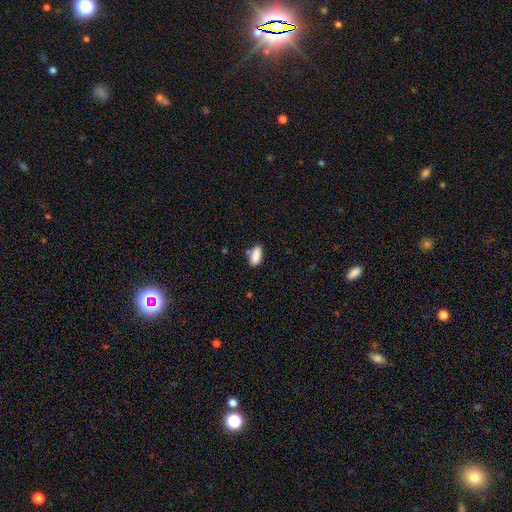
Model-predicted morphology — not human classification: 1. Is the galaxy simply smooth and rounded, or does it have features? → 87% smooth, 8% star or artifact, 5% featured or disk.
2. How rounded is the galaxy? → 89% in between, 8% cigar-shaped, 3% round.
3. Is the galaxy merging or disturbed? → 69% none, 18% minor disturbance, 9% merger, 4% major disturbance.